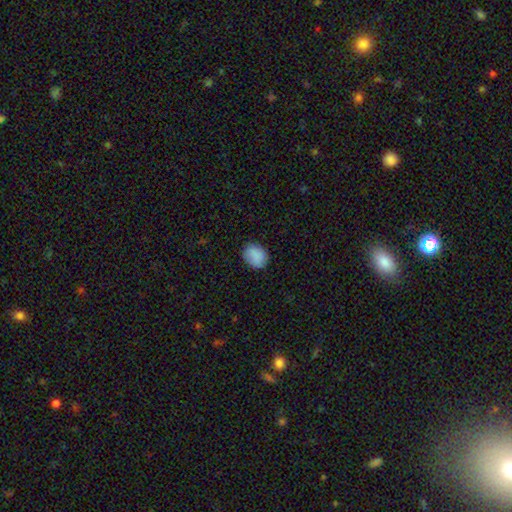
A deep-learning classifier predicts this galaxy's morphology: Smooth or featured?
  - smooth: 88% *
  - star or artifact: 8%
  - featured or disk: 4%
How rounded?
  - round: 50% *
  - in between: 49%
  - cigar-shaped: 1%
Merging?
  - none: 84% *
  - minor disturbance: 13%
  - major disturbance: 3%
  - merger: 1%